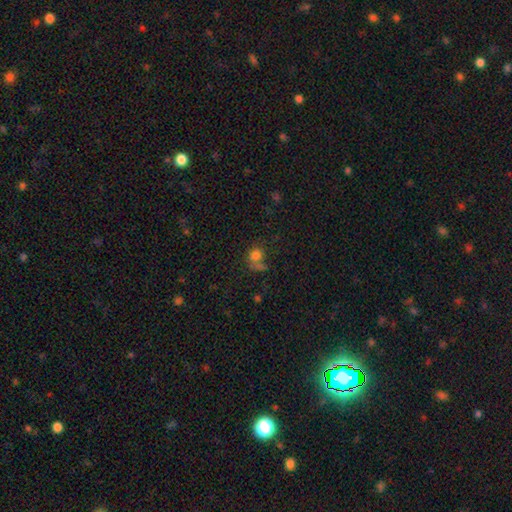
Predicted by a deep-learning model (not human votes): Overall: smooth (72%). How rounded: round (69%; in between 30%). Merging: none (43%; merger 27%).